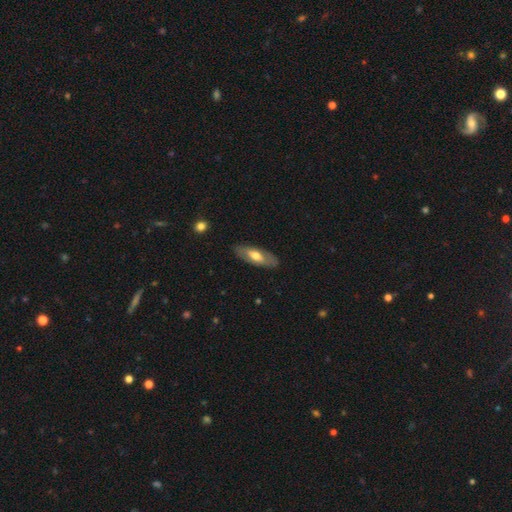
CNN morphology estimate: The model was most divided on "smooth or featured": smooth: 51%, featured or disk: 44%, star or artifact: 5%. More confident: merging — none (85%); how rounded — in between (66%).